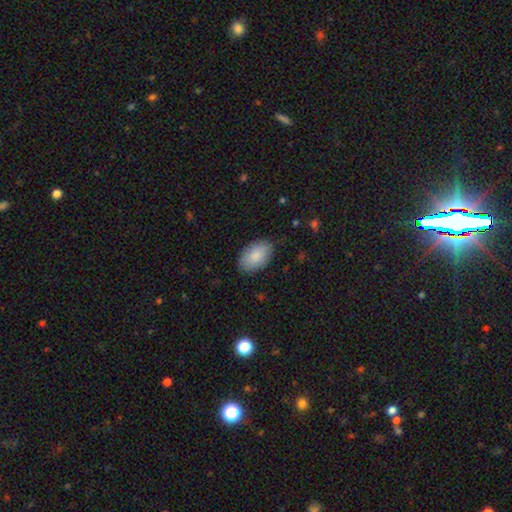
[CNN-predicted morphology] smooth-or-featured: smooth: 88% | featured or disk: 7% | star or artifact: 6%
  how-rounded: in between: 94% | round: 5% | cigar-shaped: 1%
  merging: none: 84% | minor disturbance: 12% | major disturbance: 3% | merger: 1%